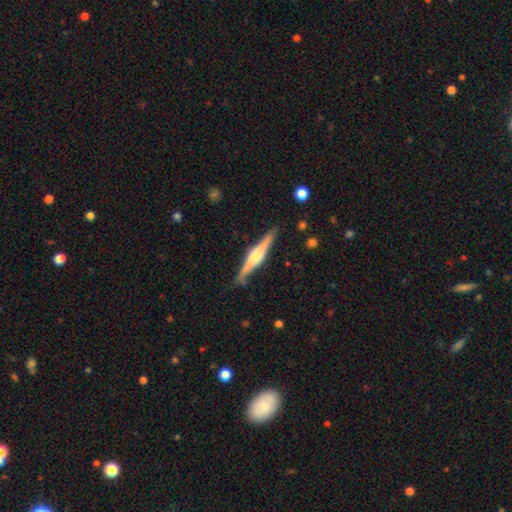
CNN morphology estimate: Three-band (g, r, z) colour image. It shows a featured or disk galaxy (72%) viewed edge-on (97%) with a rounded central bulge (76%). Merging: none (84%).